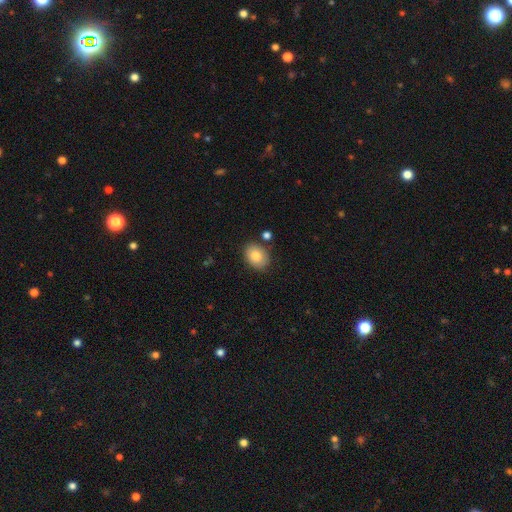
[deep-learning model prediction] Smooth or featured? smooth (84%)
How rounded? in between (65%)
Merging? none (81%)